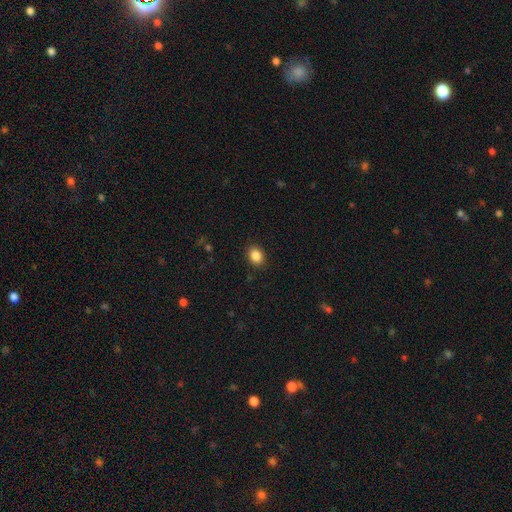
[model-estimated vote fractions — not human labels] Q: Smooth or featured?
A: smooth (87%); runner-up: star or artifact (9%)
Q: How rounded?
A: in between (62%); runner-up: round (37%)
Q: Merging?
A: none (89%); runner-up: minor disturbance (8%)